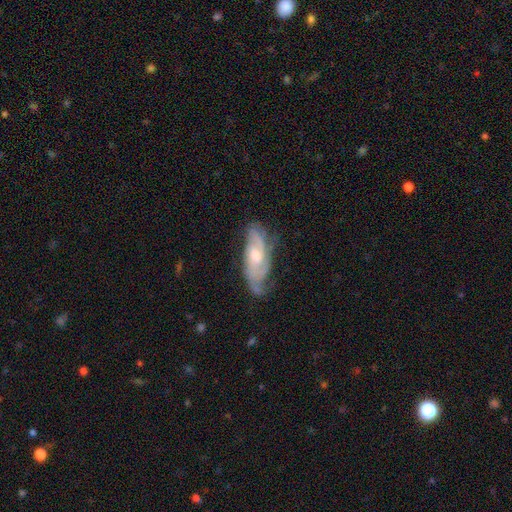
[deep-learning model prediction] This appears to be a featured or disk galaxy (76%) with no bar (64%), 2 (40%) tight (45%) spiral arms (92%) and a moderate central bulge (62%). Merging: none (61%).